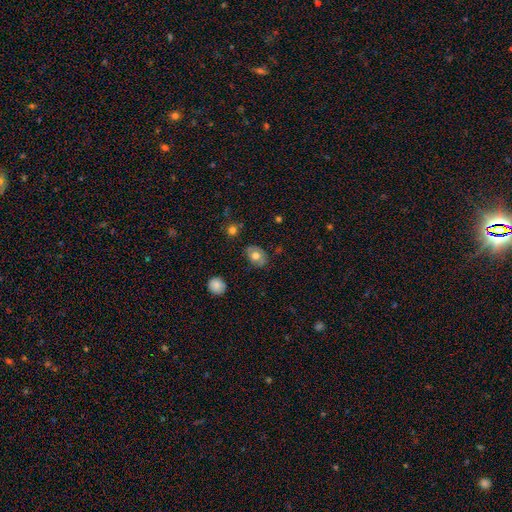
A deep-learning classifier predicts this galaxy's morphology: A smooth galaxy with no disk features (67%) that is in between round and cigar-shaped (71%).

Vote fractions:
- Smooth or featured? smooth: 67% / featured or disk: 25% / star or artifact: 8%
- How rounded? in between: 71% / round: 28% / cigar-shaped: 1%
- Merging? none: 78% / minor disturbance: 17% / major disturbance: 4% / merger: 2%